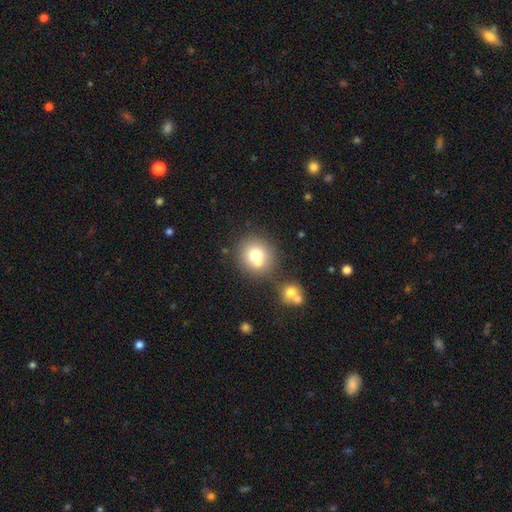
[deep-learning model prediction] Smooth or featured: smooth — 72% (featured or disk — 16%)
How rounded: round — 87% (in between — 12%)
Merging: none — 62% (merger — 24%)